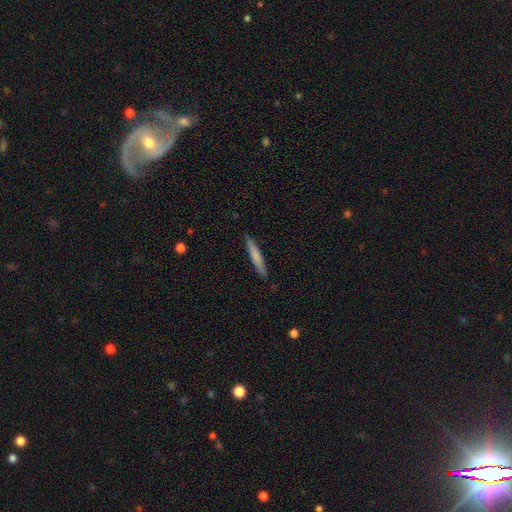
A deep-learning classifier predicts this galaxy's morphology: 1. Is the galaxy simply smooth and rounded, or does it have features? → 74% smooth, 20% featured or disk, 5% star or artifact.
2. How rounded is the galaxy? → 94% cigar-shaped, 5% in between, 1% round.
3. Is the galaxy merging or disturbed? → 90% none, 8% minor disturbance, 2% major disturbance, 1% merger.